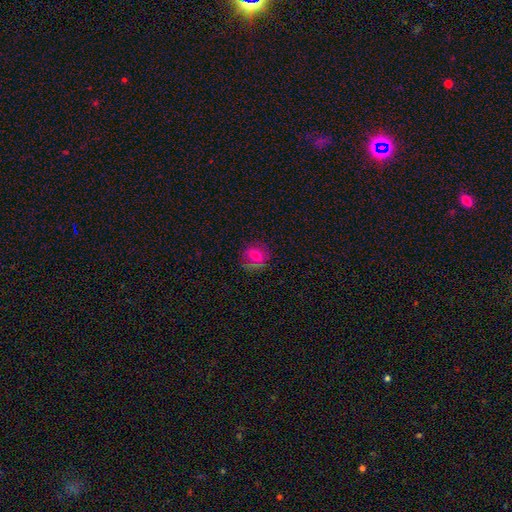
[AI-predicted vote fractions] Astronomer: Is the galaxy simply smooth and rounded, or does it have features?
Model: smooth — 62%.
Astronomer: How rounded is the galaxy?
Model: round — 72%.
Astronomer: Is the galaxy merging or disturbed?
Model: none — 78%.